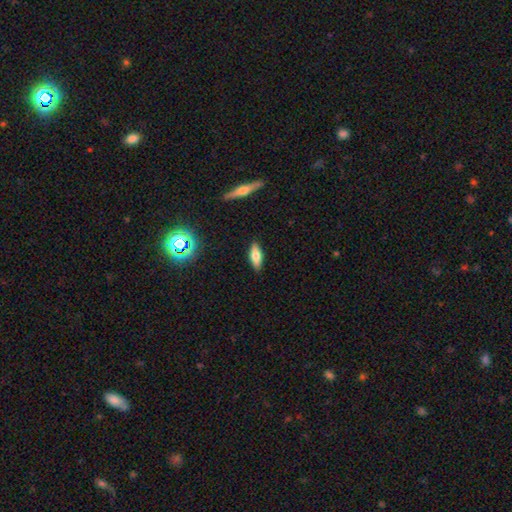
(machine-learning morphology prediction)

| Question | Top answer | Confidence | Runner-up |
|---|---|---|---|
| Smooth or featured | smooth | 65% | featured or disk (26%) |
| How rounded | in between | 62% | cigar-shaped (36%) |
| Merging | none | 88% | minor disturbance (9%) |